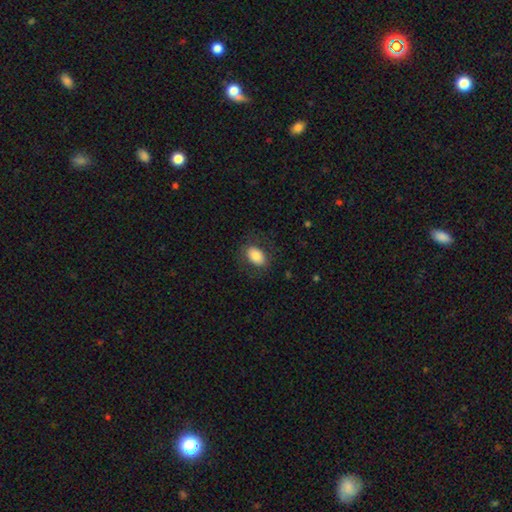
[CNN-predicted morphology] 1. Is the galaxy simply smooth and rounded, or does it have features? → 82% smooth, 11% featured or disk, 7% star or artifact.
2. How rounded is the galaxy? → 86% in between, 13% round, 1% cigar-shaped.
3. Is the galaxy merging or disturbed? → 80% none, 13% minor disturbance, 7% major disturbance, 1% merger.